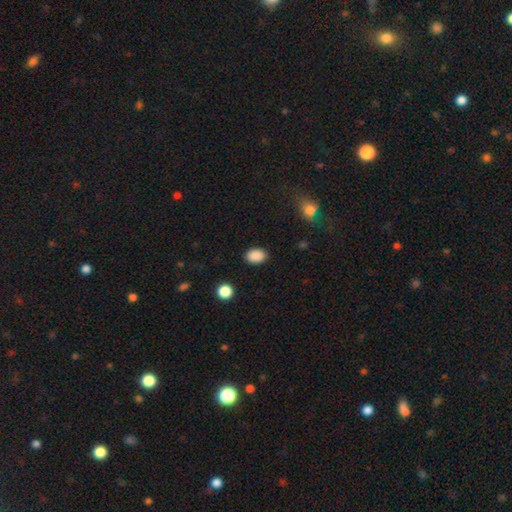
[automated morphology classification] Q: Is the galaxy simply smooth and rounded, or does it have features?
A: smooth — 89%.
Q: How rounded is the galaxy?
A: in between — 79%.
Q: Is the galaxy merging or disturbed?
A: none — 88%.